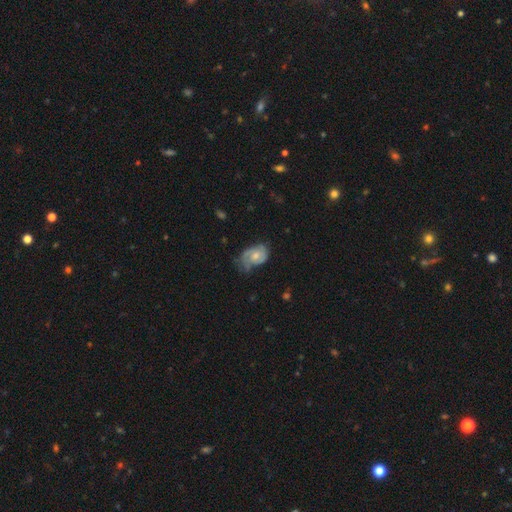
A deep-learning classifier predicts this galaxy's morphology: Smooth or featured: featured or disk — 62% (smooth — 32%)
Edge-on disk: no — 97% (yes — 3%)
Bar: no — 69% (weak — 27%)
Spiral arms: yes — 84% (no — 16%)
Spiral winding: tight — 45% (medium — 38%)
Spiral arm count: 2 — 54% (can't tell — 24%)
Bulge size: moderate — 52% (small — 39%)
Merging: none — 44% (minor disturbance — 35%)